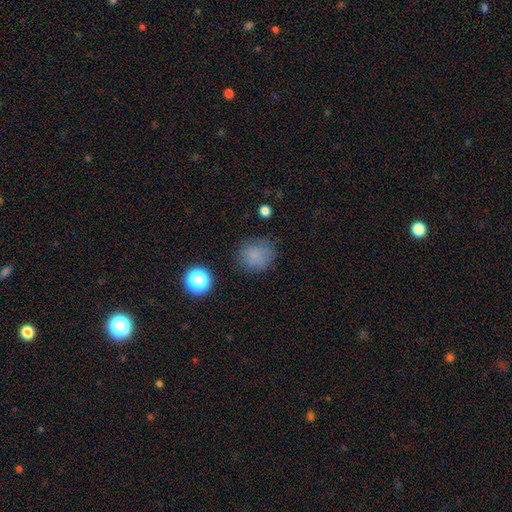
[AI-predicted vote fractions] smooth_or_featured: smooth (p=0.78) [alt: star or artifact p=0.15]
how_rounded: round (p=0.82) [alt: in between p=0.17]
merging: none (p=0.73) [alt: minor disturbance p=0.18]